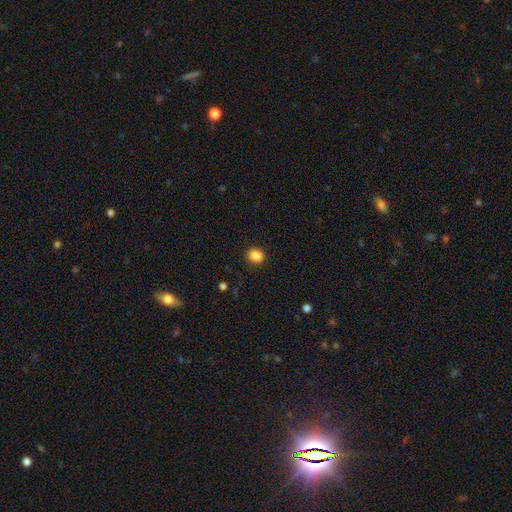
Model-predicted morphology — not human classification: Smooth or featured: smooth — 87% (star or artifact — 10%)
How rounded: round — 75% (in between — 24%)
Merging: none — 89% (minor disturbance — 7%)